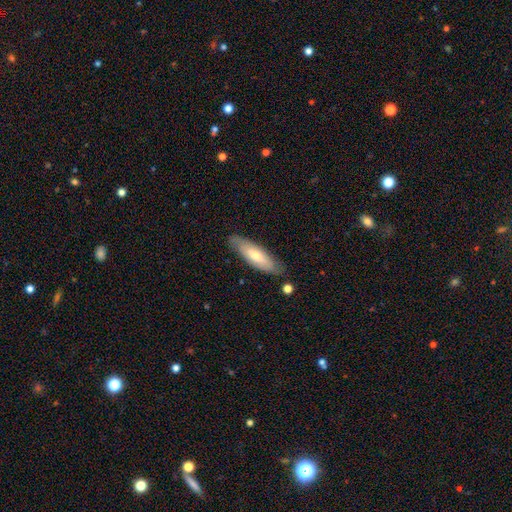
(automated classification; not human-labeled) This is likely a smooth galaxy (62%). How rounded: possibly cigar-shaped (52%). Merging: likely none (79%).